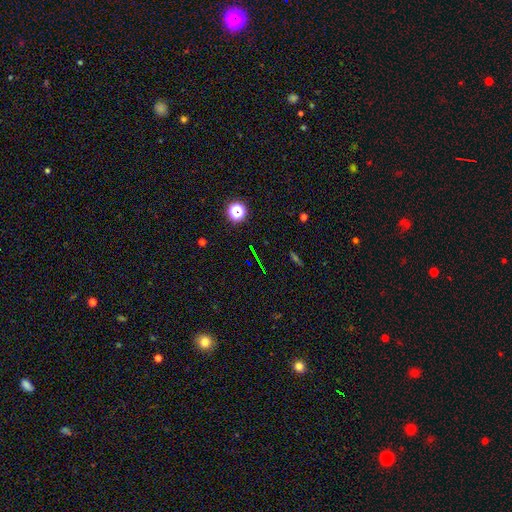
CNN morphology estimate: Smooth or featured? star or artifact (68%)